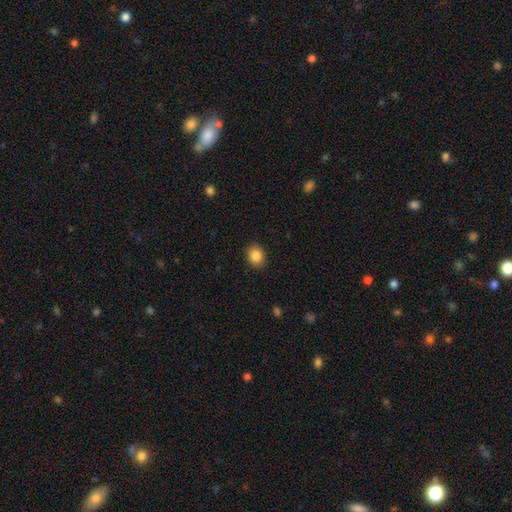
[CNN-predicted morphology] A smooth galaxy with no disk features (87%) that is round (50%). Merging: none (90%).